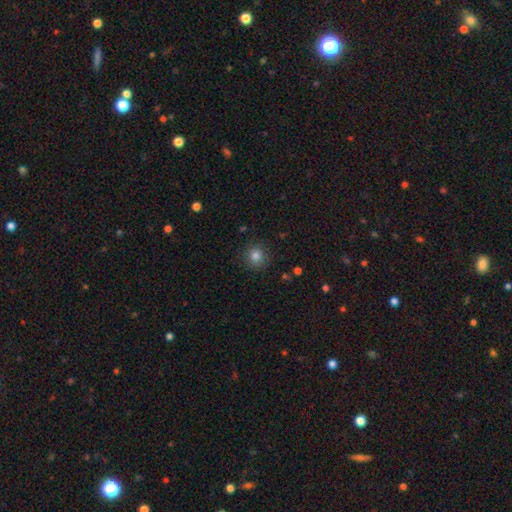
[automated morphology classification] Smooth or featured?
  - smooth: 82% *
  - star or artifact: 12%
  - featured or disk: 5%
How rounded?
  - round: 91% *
  - in between: 8%
  - cigar-shaped: 1%
Merging?
  - none: 87% *
  - minor disturbance: 8%
  - major disturbance: 3%
  - merger: 1%